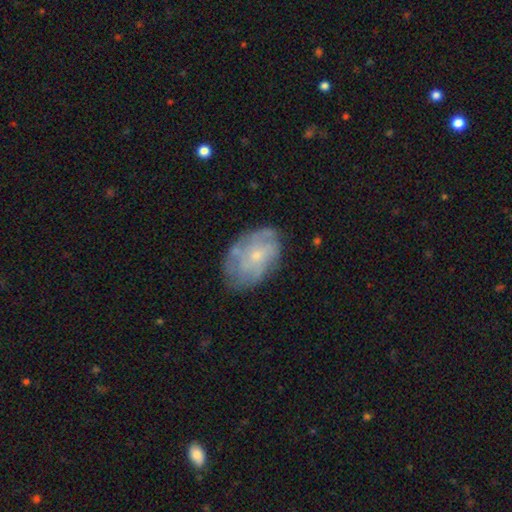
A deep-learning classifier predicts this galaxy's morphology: Overall: featured or disk (55%; smooth 37%). Edge-on disk: no (96%). Bar: no (81%). Spiral arms: yes (57%; no 43%). Bulge size: small (67%). Merging: none (65%).